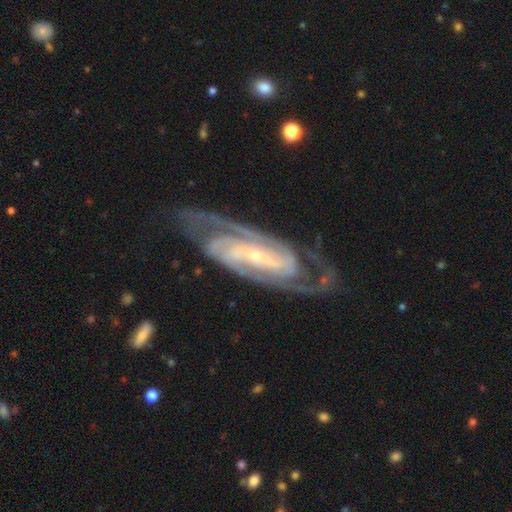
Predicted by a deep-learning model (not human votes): smooth-or-featured: featured or disk: 91% | star or artifact: 5% | smooth: 4%
  disk-edge-on: no: 94% | yes: 6%
    bar: strong: 36% | weak: 32% | no: 32%
    has-spiral-arms: yes: 98% | no: 2%
      spiral-winding: tight: 58% | medium: 36% | loose: 6%
      spiral-arm-count: 2: 67% | 3: 12% | can't tell: 10% | 4: 5% | more than 4: 3% | 1: 3%
    bulge-size: small: 80% | moderate: 15% | none: 2% | large: 2% | dominant: 1%
  merging: none: 75% | minor disturbance: 16% | major disturbance: 8% | merger: 2%